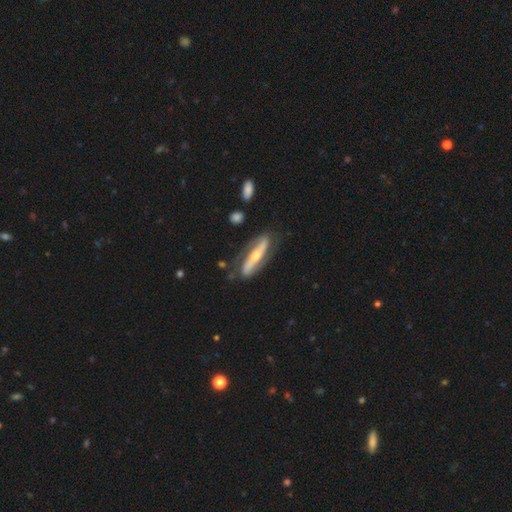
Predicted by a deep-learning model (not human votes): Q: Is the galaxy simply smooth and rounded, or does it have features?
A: featured or disk — 78%.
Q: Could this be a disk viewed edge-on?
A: no — 69%.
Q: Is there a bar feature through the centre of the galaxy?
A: strong — 58%.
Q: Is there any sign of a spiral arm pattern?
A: yes — 85%.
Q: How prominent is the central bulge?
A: moderate — 49%.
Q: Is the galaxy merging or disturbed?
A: none — 76%.